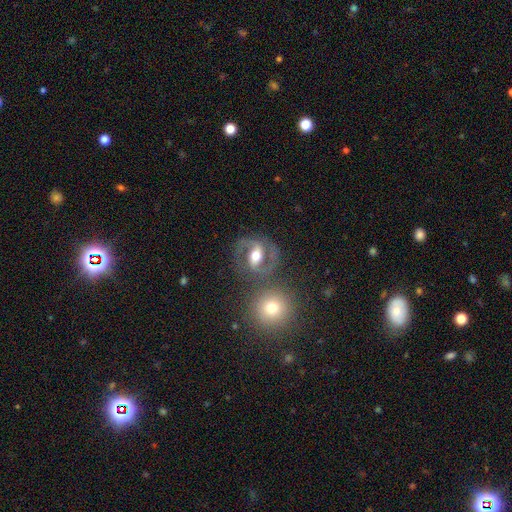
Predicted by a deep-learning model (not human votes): Smooth or featured?
  - featured or disk: 82% *
  - smooth: 11%
  - star or artifact: 7%
Edge-on disk?
  - no: 97% *
  - yes: 3%
Bar?
  - strong: 48% *
  - weak: 33%
  - no: 19%
Spiral arms?
  - yes: 93% *
  - no: 7%
Spiral winding?
  - medium: 62% *
  - tight: 22%
  - loose: 16%
Spiral arm count?
  - 2: 92% *
  - can't tell: 3%
  - 1: 2%
  - 3: 1%
  - 4: 1%
  - more than 4: 1%
Bulge size?
  - moderate: 72% *
  - large: 14%
  - small: 11%
  - dominant: 1%
  - none: 1%
Merging?
  - none: 72% *
  - minor disturbance: 12%
  - merger: 10%
  - major disturbance: 6%